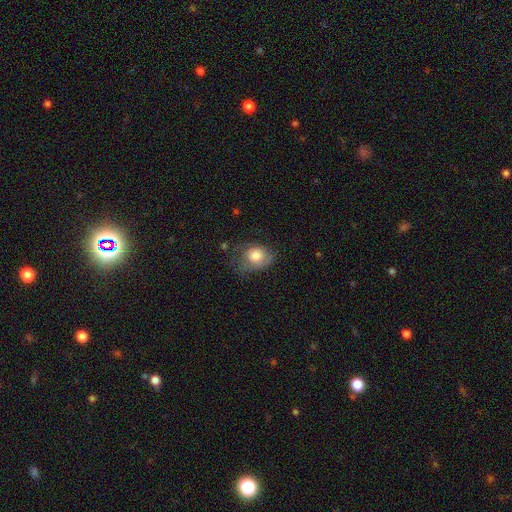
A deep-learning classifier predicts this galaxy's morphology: Smooth or featured? smooth (62%)
How rounded? round (50%)
Merging? none (45%)